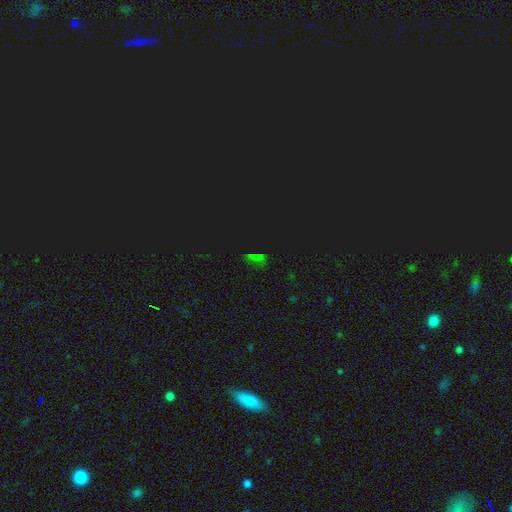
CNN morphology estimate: A star or artifact, not a galaxy (69%).